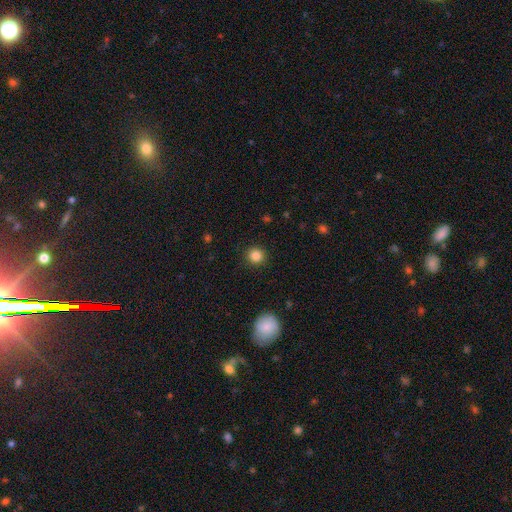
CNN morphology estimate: smooth 85%, star or artifact 11%, featured or disk 4%. Down the decision tree: how rounded — round (93%); merging — none (91%).